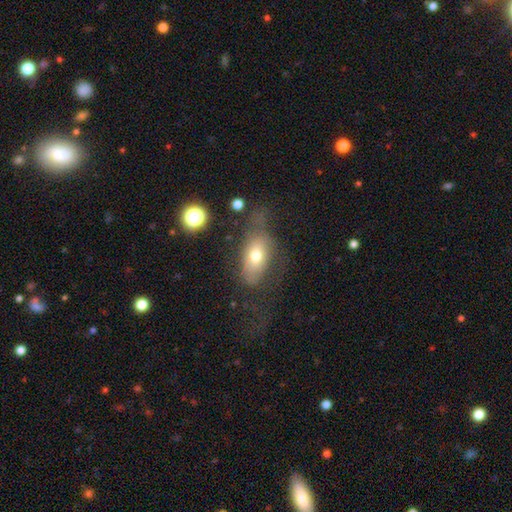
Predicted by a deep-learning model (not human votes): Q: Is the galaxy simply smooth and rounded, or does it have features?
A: smooth — 63%.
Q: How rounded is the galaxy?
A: in between — 86%.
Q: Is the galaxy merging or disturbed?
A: none — 38%.